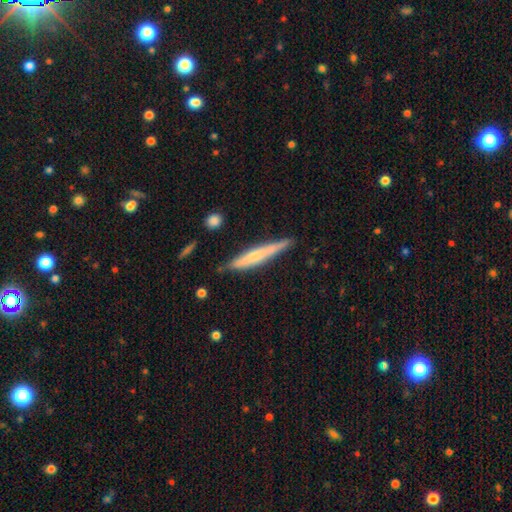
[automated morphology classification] smooth 51%, featured or disk 43%, star or artifact 6%. Down the decision tree: how rounded — cigar-shaped (95%); merging — none (80%).